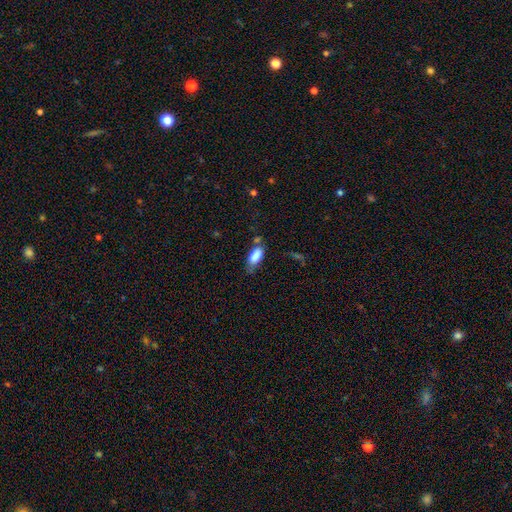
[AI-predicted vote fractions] smooth 85%, featured or disk 8%, star or artifact 7%. Down the decision tree: how rounded — in between (88%); merging — none (56%).